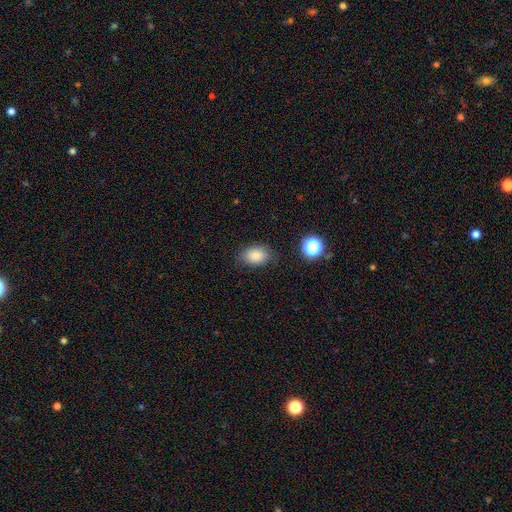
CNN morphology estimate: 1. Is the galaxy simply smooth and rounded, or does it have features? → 84% smooth, 10% star or artifact, 6% featured or disk.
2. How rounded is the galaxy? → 78% in between, 21% round, 1% cigar-shaped.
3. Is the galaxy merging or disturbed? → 79% none, 15% minor disturbance, 4% major disturbance, 2% merger.